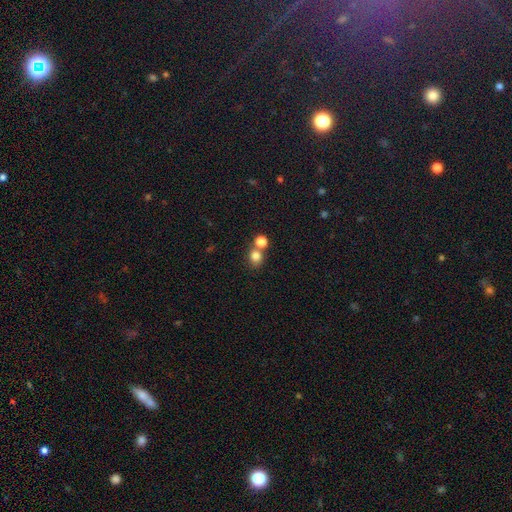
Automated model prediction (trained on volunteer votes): Smooth or featured? smooth (81%)
How rounded? round (79%)
Merging? none (50%)